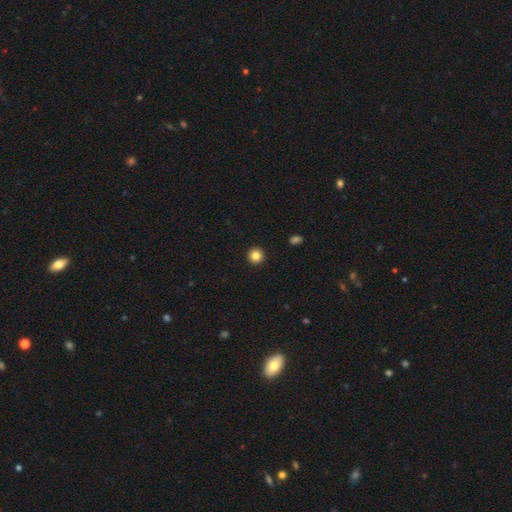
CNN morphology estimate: type=smooth (84%); roundness=round (96%); merging=none (94%).